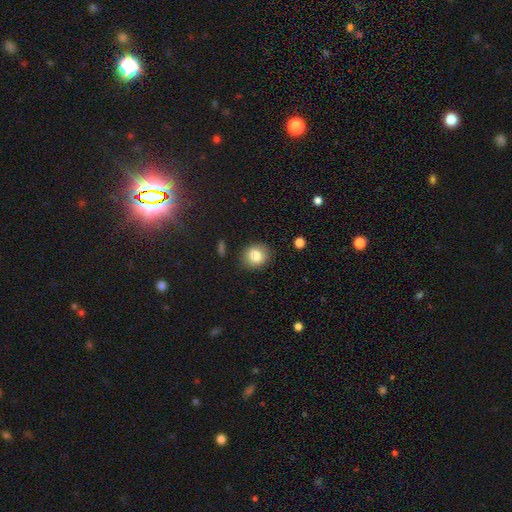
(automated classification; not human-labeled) Smooth or featured? smooth (80%)
How rounded? round (73%)
Merging? none (87%)